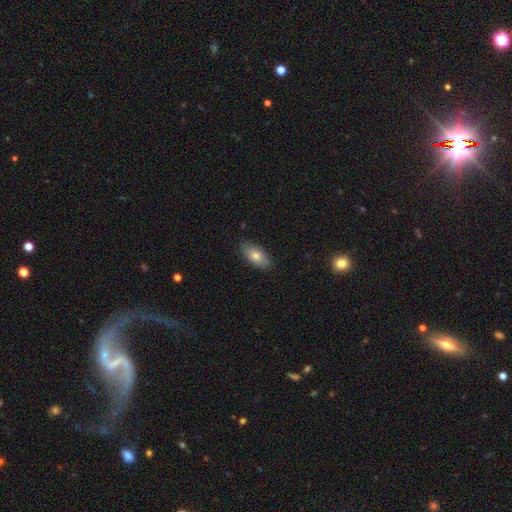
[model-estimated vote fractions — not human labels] Smooth or featured? Predicted: smooth (p=0.75). How rounded? Predicted: in between (p=0.88). Merging? Predicted: none (p=0.86).